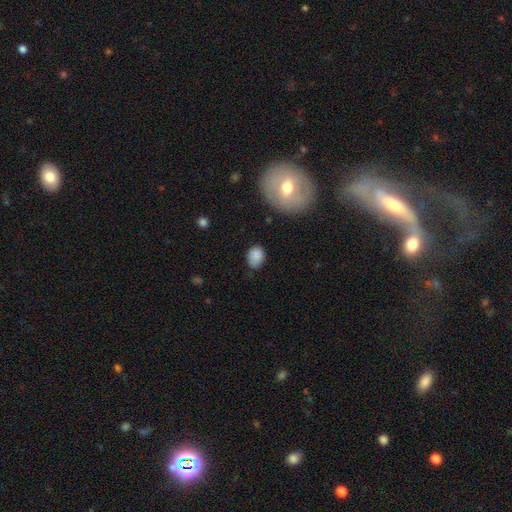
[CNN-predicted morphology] Overall: smooth (83%). How rounded: in between (66%; round 32%). Merging: none (69%).